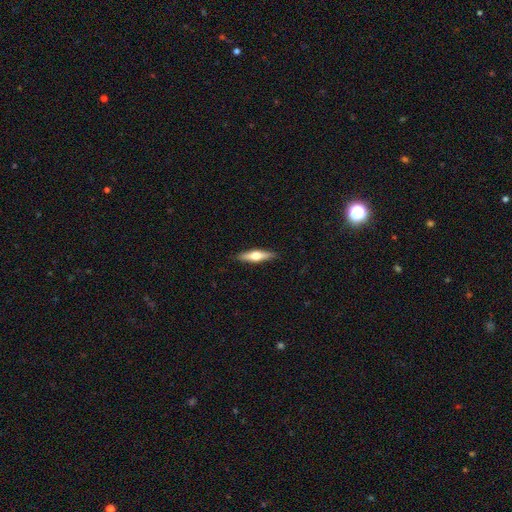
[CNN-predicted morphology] smooth-or-featured: featured or disk: 51% | smooth: 44% | star or artifact: 5%
  disk-edge-on: yes: 94% | no: 6%
  merging: none: 90% | minor disturbance: 8% | major disturbance: 2% | merger: 1%